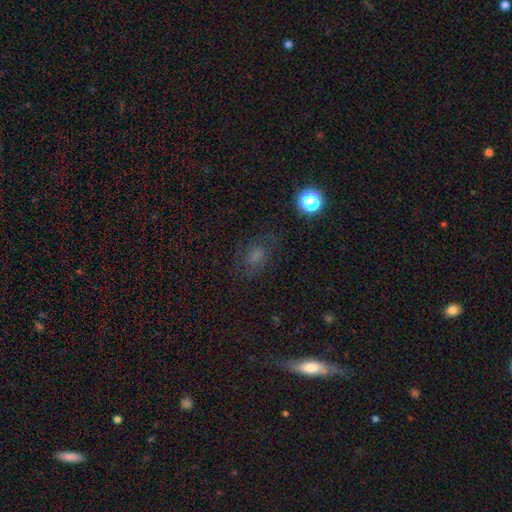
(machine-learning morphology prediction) smooth 48%, featured or disk 26%, star or artifact 26%. Down the decision tree: merging — none (69%).